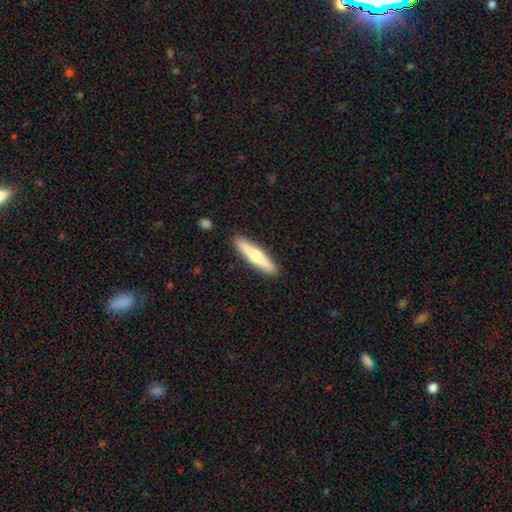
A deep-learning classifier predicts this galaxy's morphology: This appears to be a featured or disk galaxy (49%). Merging: none (90%).